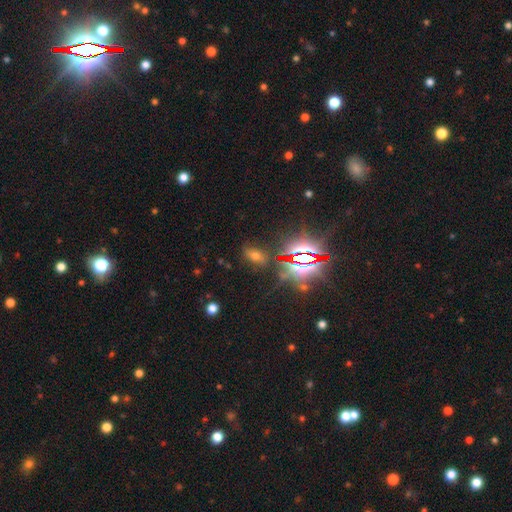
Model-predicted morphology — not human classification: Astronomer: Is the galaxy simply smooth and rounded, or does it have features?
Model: star or artifact — 46% (runner-up: smooth, 42%).